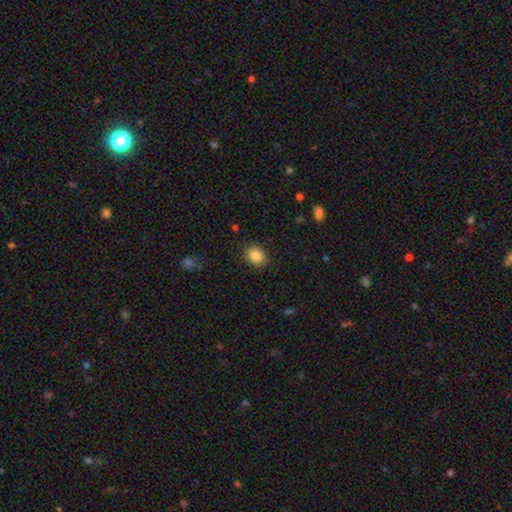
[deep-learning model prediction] Morphology: type=smooth (86%); roundness=round (57%); merging=none (87%).